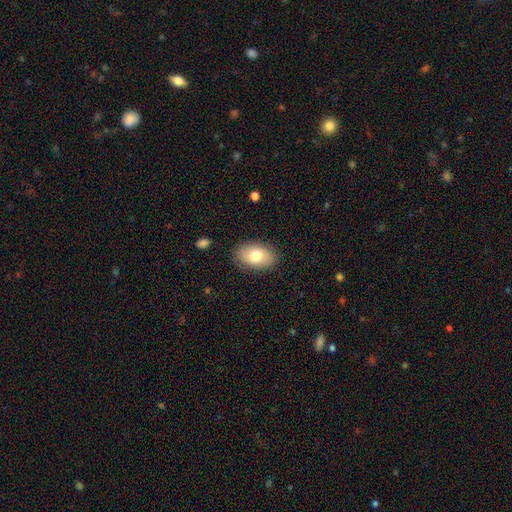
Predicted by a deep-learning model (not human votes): A smooth galaxy with no disk features (77%) that is in between round and cigar-shaped (91%). Merging: none (85%).